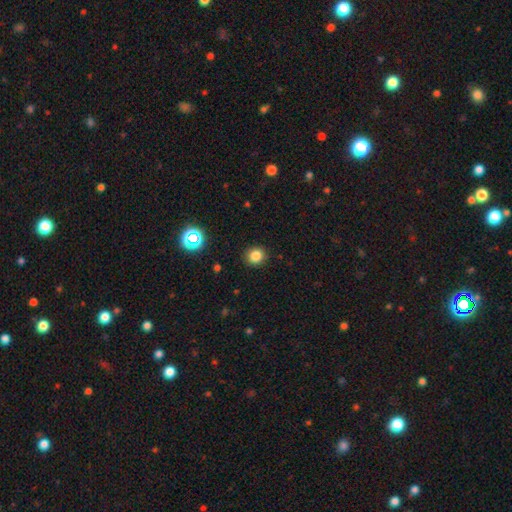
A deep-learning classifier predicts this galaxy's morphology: Smooth or featured?
  - smooth: 82% *
  - star or artifact: 14%
  - featured or disk: 4%
How rounded?
  - round: 85% *
  - in between: 14%
  - cigar-shaped: 1%
Merging?
  - none: 90% *
  - minor disturbance: 6%
  - major disturbance: 2%
  - merger: 1%